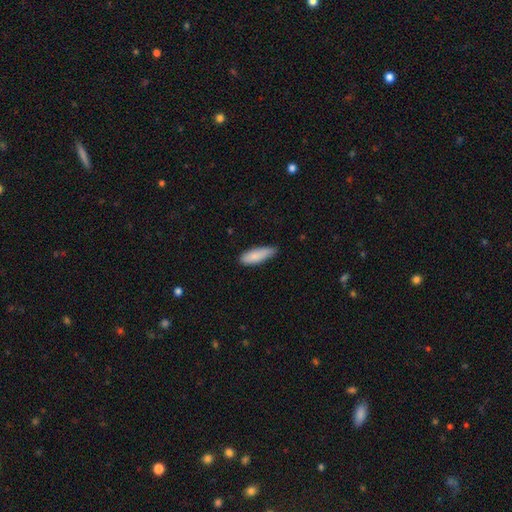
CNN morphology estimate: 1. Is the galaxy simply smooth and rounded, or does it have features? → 86% smooth, 8% featured or disk, 6% star or artifact.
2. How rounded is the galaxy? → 53% in between, 46% cigar-shaped, 2% round.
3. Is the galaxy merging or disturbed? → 70% none, 26% minor disturbance, 3% major disturbance, 1% merger.